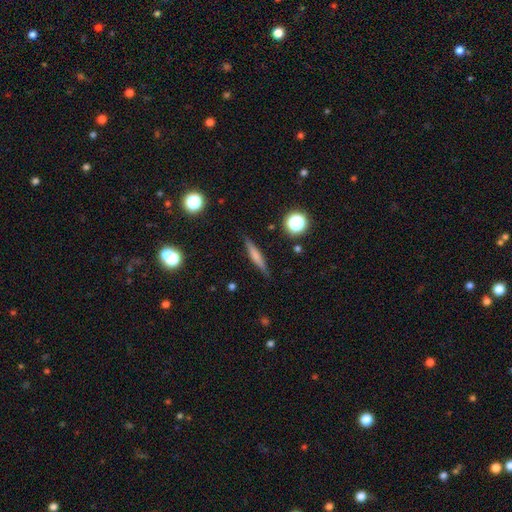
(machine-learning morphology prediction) Smooth or featured?
  - smooth: 54% *
  - featured or disk: 37%
  - star or artifact: 9%
How rounded?
  - cigar-shaped: 88% *
  - in between: 9%
  - round: 3%
Merging?
  - none: 87% *
  - minor disturbance: 9%
  - major disturbance: 2%
  - merger: 1%